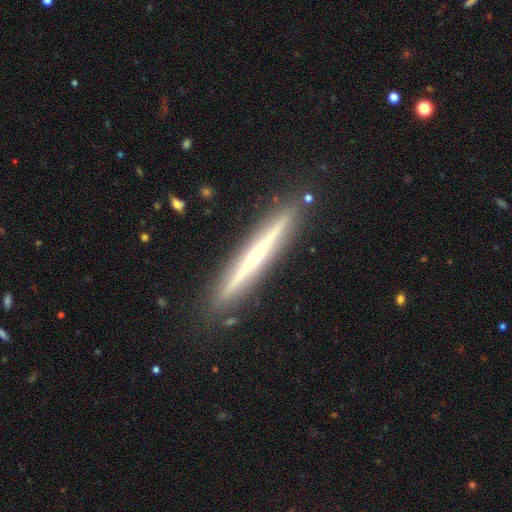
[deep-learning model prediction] Smooth or featured: featured or disk — 76% (smooth — 18%)
Edge-on disk: yes — 98% (no — 2%)
Edge-on bulge: rounded — 61% (none — 35%)
Merging: none — 90% (minor disturbance — 7%)